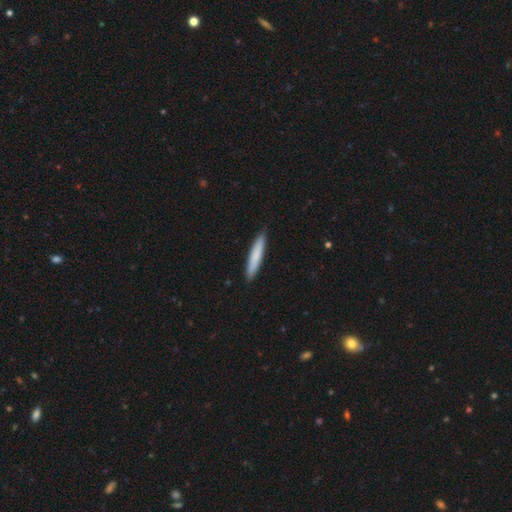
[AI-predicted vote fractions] Morphology: type=smooth (79%); roundness=cigar-shaped (93%); merging=none (90%).